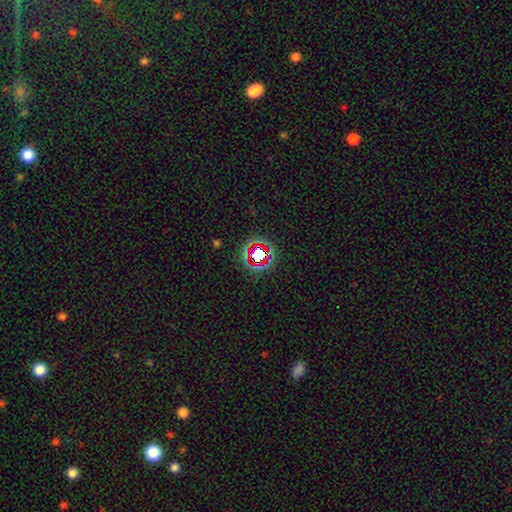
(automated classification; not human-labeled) Morphology: type=star or artifact (67%).